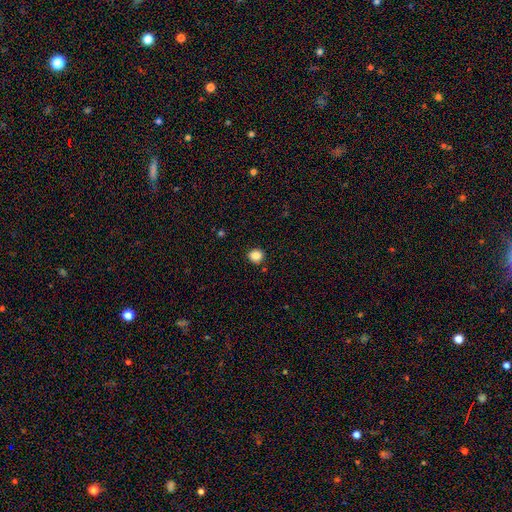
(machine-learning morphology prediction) smooth-or-featured: smooth: 86% | star or artifact: 10% | featured or disk: 3%
  how-rounded: round: 86% | in between: 13% | cigar-shaped: 1%
  merging: none: 91% | minor disturbance: 6% | major disturbance: 2% | merger: 2%